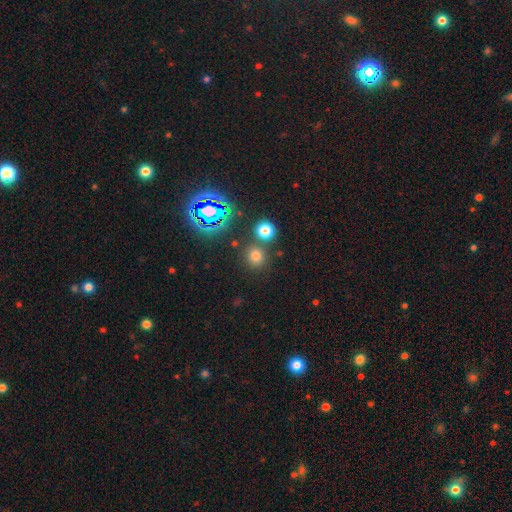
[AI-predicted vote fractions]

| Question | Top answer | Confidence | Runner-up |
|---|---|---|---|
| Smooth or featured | smooth | 66% | star or artifact (27%) |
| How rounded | round | 89% | in between (10%) |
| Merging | none | 77% | merger (13%) |